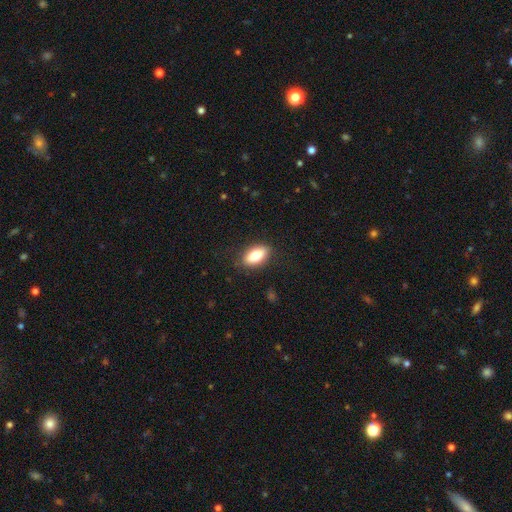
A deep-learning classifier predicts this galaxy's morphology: Smooth or featured: smooth — 80% (featured or disk — 13%)
How rounded: in between — 87% (cigar-shaped — 9%)
Merging: none — 85% (minor disturbance — 11%)